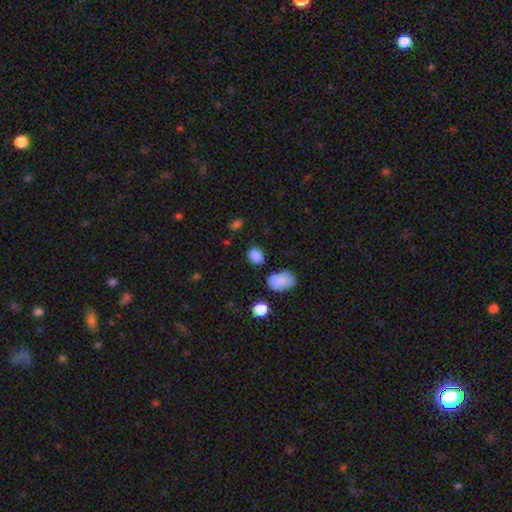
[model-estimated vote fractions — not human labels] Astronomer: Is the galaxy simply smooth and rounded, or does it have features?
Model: smooth — 84%.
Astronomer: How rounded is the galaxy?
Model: in between — 60% (runner-up: round, 38%).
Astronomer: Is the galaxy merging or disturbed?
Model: none — 71%.